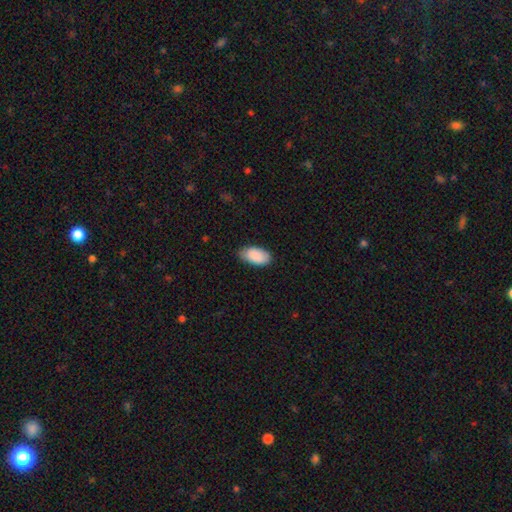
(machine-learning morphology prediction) Overall: smooth (90%). How rounded: in between (95%). Merging: none (71%).